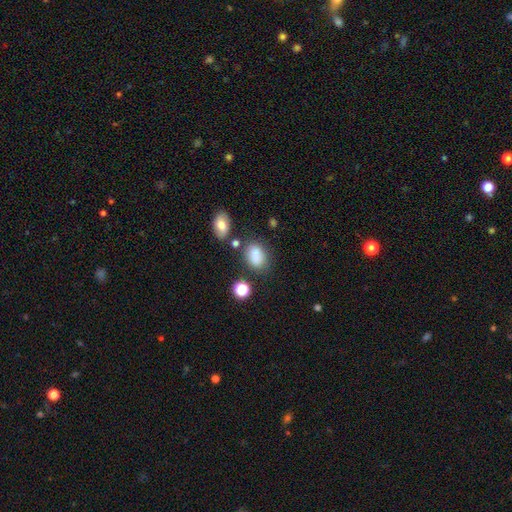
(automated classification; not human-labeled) smooth 83%, star or artifact 11%, featured or disk 6%. Down the decision tree: how rounded — in between (79%); merging — none (68%).